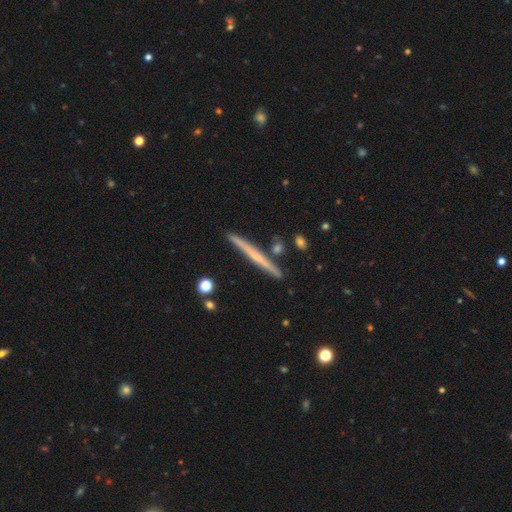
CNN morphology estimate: Smooth or featured? featured or disk (56%)
Edge-on disk? yes (97%)
Edge-on bulge? none (69%)
Merging? none (87%)